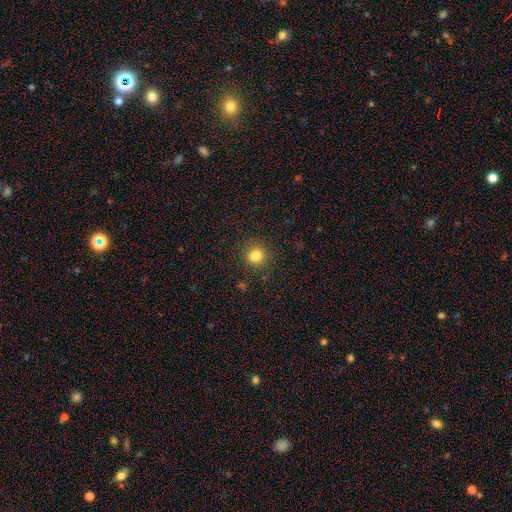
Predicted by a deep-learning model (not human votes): This appears to be a smooth galaxy with no disk features (82%) that is round (84%). Merging: none (83%).